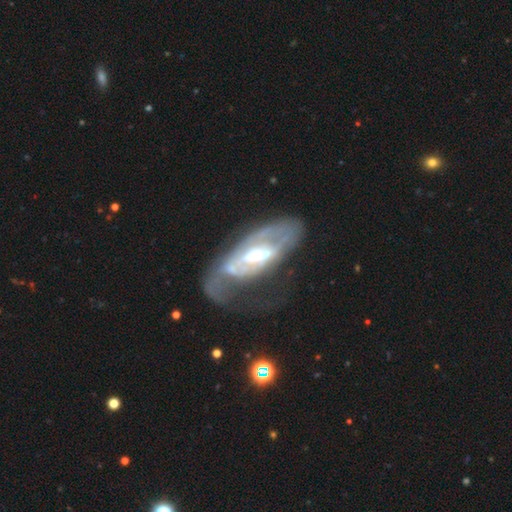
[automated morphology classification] A featured or disk galaxy (78%) with a strong bar (38%), spiral arms (64%) and a moderate central bulge (52%).

Vote fractions:
- Smooth or featured? featured or disk: 78% / smooth: 16% / star or artifact: 6%
- Edge-on disk? no: 86% / yes: 14%
- Bar? strong: 38% / weak: 37% / no: 25%
- Spiral arms? yes: 64% / no: 36%
- Bulge size? moderate: 52% / small: 38% / large: 7% / none: 2% / dominant: 1%
- Merging? major disturbance: 44% / none: 28% / minor disturbance: 21% / merger: 7%